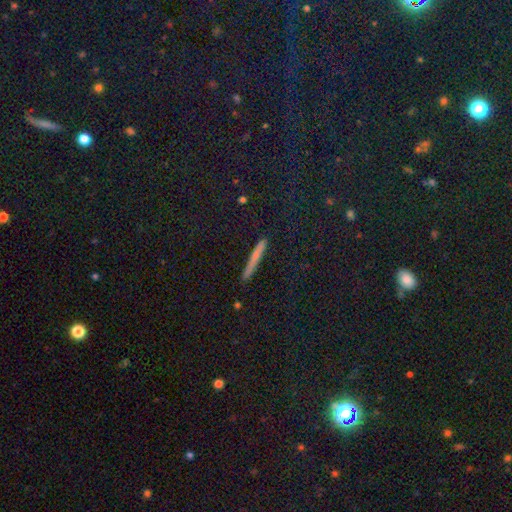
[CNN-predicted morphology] This is possibly a smooth galaxy (58%). How rounded: clearly cigar-shaped (92%). Merging: clearly none (87%).